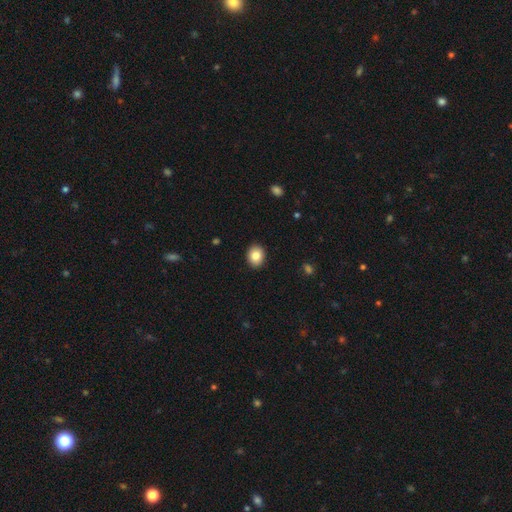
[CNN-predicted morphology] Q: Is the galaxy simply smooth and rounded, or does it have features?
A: smooth — 85%.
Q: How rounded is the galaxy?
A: round — 53%.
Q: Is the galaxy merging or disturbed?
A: none — 91%.